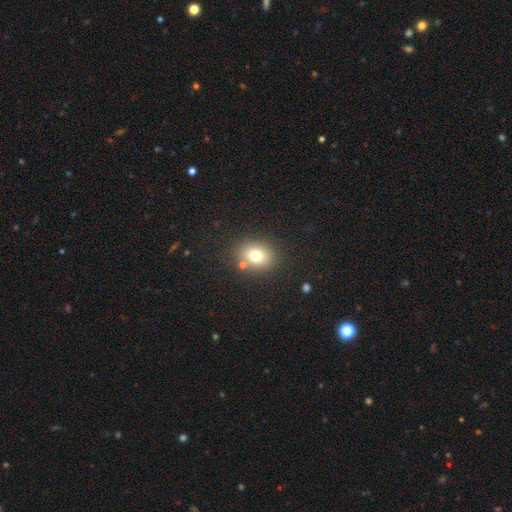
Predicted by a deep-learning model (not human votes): A smooth galaxy with no disk features (74%) that is round (58%). Merging: none (79%).